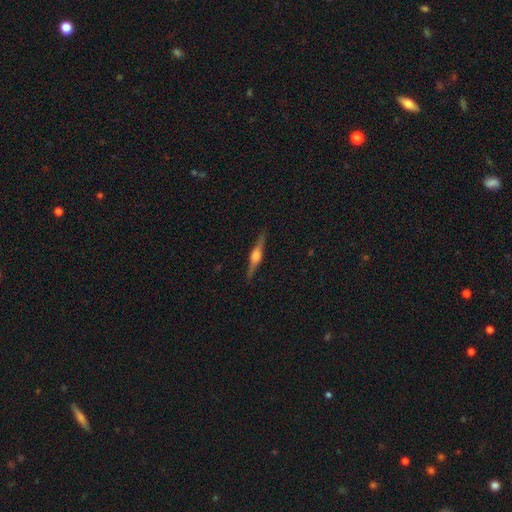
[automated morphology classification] Q: Smooth or featured?
A: featured or disk (75%); runner-up: smooth (19%)
Q: Edge-on disk?
A: yes (98%); runner-up: no (2%)
Q: Edge-on bulge?
A: rounded (89%); runner-up: boxy (9%)
Q: Merging?
A: none (90%); runner-up: minor disturbance (7%)